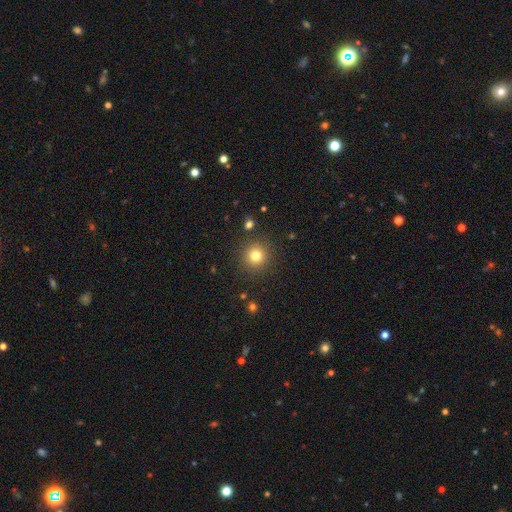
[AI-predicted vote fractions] Smooth or featured? smooth (78%)
How rounded? round (94%)
Merging? none (89%)